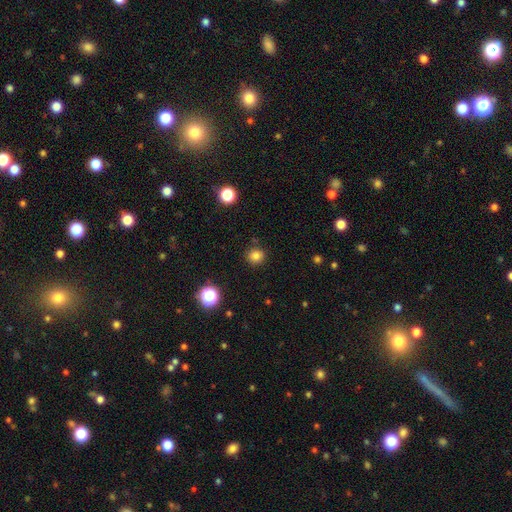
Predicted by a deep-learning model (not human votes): Morphology: type=smooth (82%); roundness=round (91%); merging=none (87%).